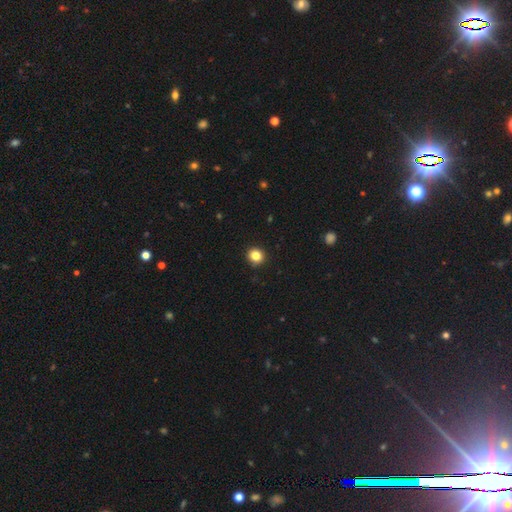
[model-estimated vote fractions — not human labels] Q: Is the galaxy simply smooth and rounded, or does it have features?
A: smooth — 84%.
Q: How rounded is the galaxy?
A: round — 89%.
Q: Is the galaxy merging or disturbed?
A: none — 93%.